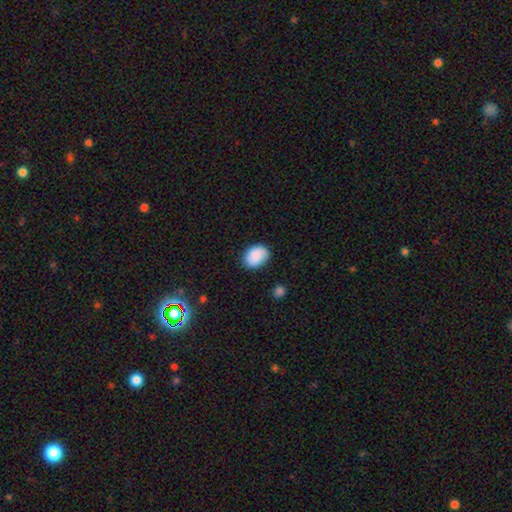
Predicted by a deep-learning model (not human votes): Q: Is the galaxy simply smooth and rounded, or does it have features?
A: smooth — 85%.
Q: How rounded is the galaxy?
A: in between — 71%.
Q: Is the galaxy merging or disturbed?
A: none — 77%.